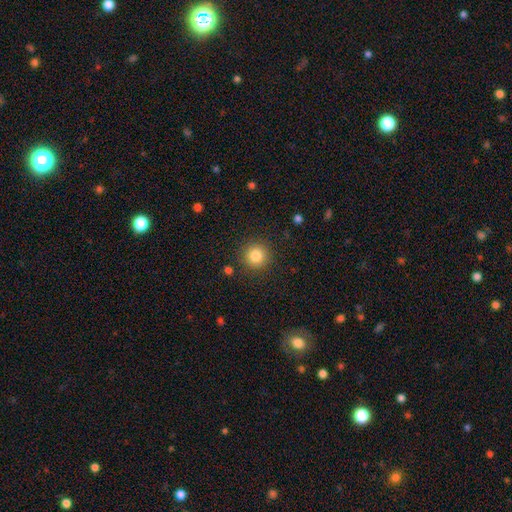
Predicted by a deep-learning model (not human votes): smooth-or-featured: smooth: 83% | star or artifact: 11% | featured or disk: 6%
  how-rounded: round: 94% | in between: 5% | cigar-shaped: 1%
  merging: none: 90% | minor disturbance: 6% | major disturbance: 3% | merger: 1%